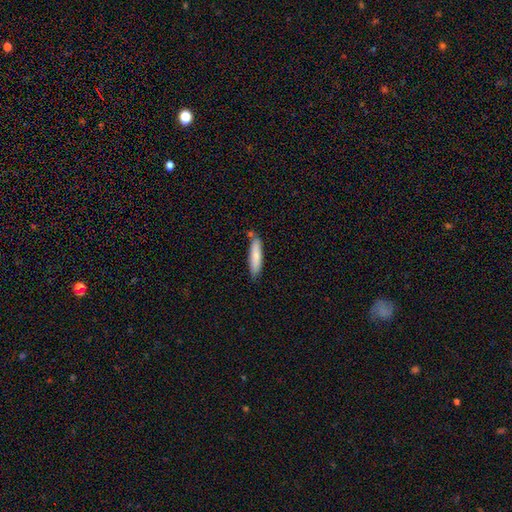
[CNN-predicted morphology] Smooth or featured?
  - smooth: 79% *
  - featured or disk: 16%
  - star or artifact: 6%
How rounded?
  - cigar-shaped: 77% *
  - in between: 22%
  - round: 1%
Merging?
  - none: 75% *
  - minor disturbance: 16%
  - merger: 6%
  - major disturbance: 3%